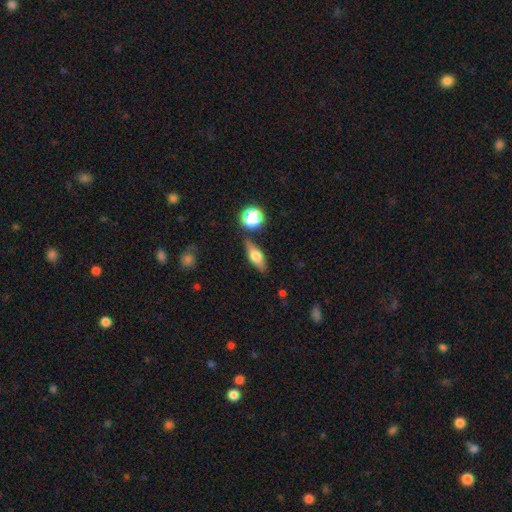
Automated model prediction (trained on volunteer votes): Overall: featured or disk (48%; smooth 43%). Merging: none (81%).